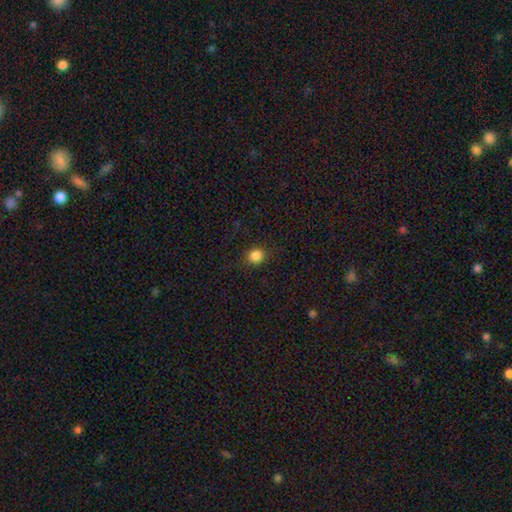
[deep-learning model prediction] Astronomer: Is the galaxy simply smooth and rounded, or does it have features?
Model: smooth — 85%.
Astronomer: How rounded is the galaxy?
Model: round — 82%.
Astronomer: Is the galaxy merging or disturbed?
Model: none — 88%.